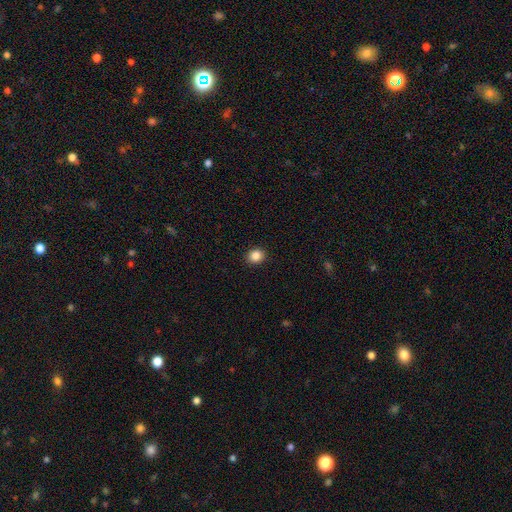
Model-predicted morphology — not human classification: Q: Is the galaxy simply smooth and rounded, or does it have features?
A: smooth — 85%.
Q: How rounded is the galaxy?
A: round — 76%.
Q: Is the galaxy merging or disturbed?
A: none — 93%.